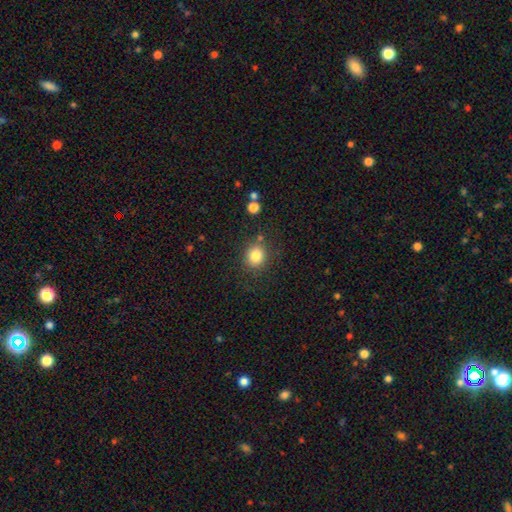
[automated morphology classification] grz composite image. It shows a smooth galaxy with no disk features (83%) that is round (80%). Merging: none (80%).